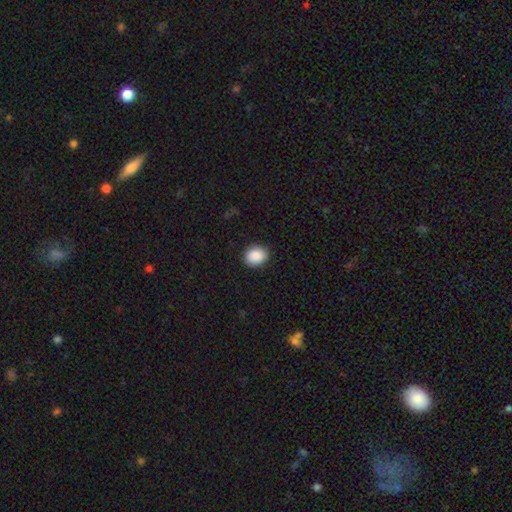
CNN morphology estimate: Overall: smooth (90%). How rounded: round (50%; in between 49%). Merging: none (90%).